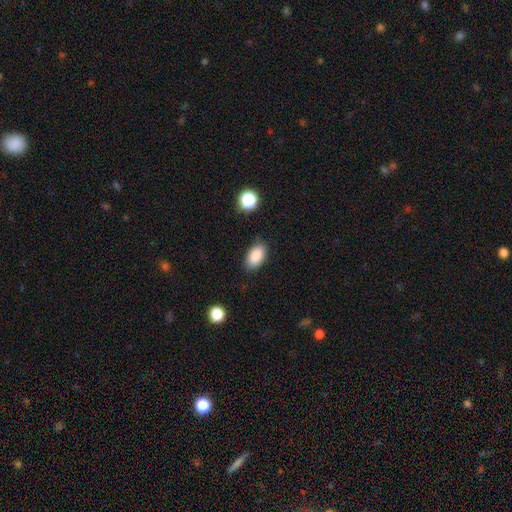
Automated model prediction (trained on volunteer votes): smooth-or-featured: smooth: 87% | star or artifact: 8% | featured or disk: 5%
  how-rounded: in between: 93% | round: 5% | cigar-shaped: 2%
  merging: none: 84% | minor disturbance: 12% | major disturbance: 3% | merger: 2%